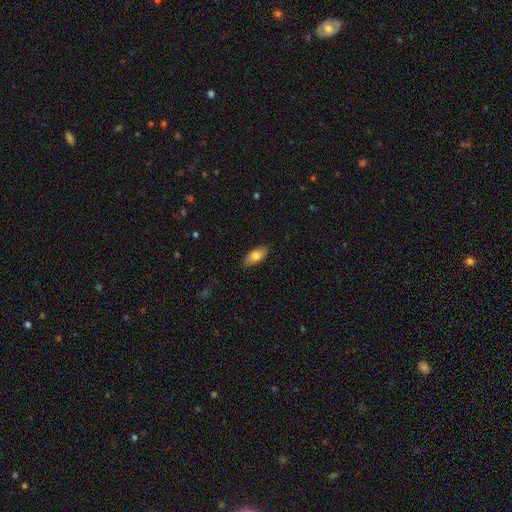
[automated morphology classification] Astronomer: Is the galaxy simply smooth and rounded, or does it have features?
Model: smooth — 79%.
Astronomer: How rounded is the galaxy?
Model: in between — 85%.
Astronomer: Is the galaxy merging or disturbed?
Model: none — 87%.